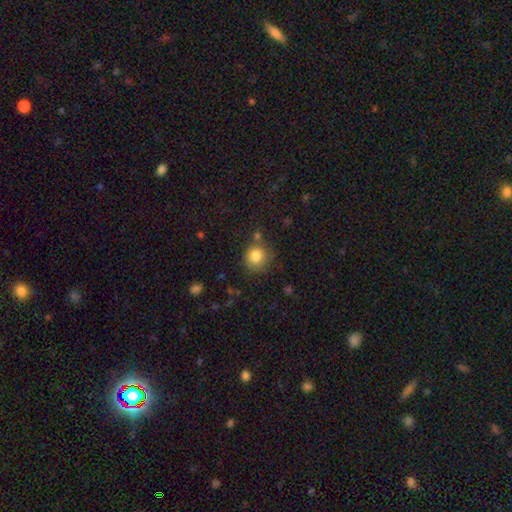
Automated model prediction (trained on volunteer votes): Overall: smooth (82%). How rounded: round (89%). Merging: none (75%).